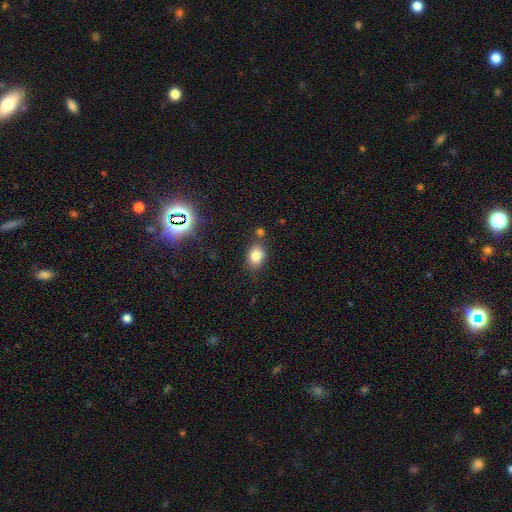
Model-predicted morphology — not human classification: Q: Smooth or featured?
A: smooth (80%); runner-up: star or artifact (12%)
Q: How rounded?
A: in between (69%); runner-up: round (30%)
Q: Merging?
A: none (72%); runner-up: minor disturbance (15%)